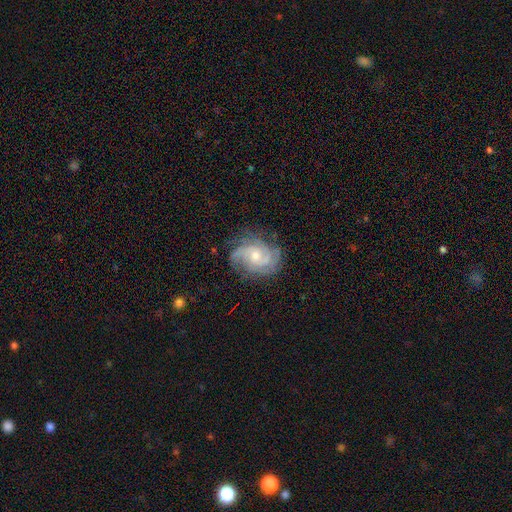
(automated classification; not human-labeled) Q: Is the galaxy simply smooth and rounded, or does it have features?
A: featured or disk — 85%.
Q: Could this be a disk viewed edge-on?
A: no — 97%.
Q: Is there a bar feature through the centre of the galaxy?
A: no — 66%.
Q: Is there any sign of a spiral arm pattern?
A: yes — 96%.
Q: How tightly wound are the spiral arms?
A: tight — 54%.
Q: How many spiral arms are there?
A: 2 — 29%.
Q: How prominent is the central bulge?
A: moderate — 51%.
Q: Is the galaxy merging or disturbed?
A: none — 73%.